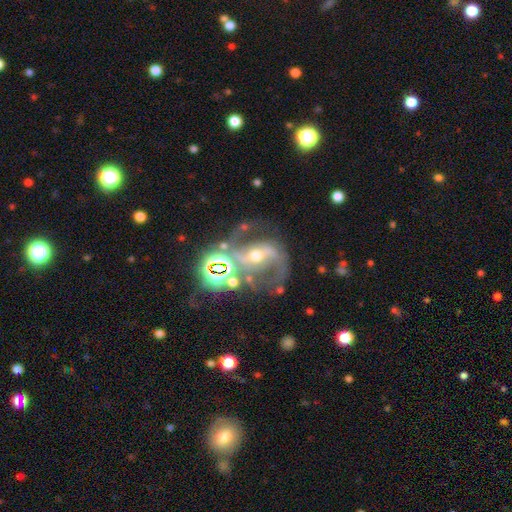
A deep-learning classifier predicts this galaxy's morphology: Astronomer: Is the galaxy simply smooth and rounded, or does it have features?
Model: featured or disk — 80%.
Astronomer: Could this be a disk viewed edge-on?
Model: no — 97%.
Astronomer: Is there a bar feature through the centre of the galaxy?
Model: strong — 50% (runner-up: weak, 29%).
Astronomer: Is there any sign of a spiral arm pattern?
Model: yes — 95%.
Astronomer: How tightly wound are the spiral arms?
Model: medium — 53% (runner-up: loose, 33%).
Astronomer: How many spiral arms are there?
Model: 2 — 89%.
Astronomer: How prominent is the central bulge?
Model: moderate — 61%.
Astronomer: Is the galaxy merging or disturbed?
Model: none — 56%.